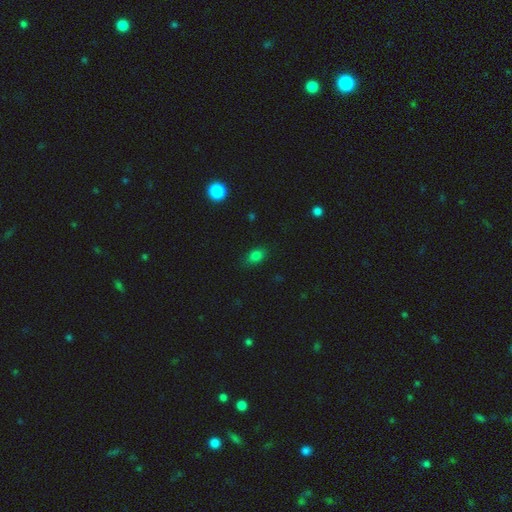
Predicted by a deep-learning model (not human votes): Smooth or featured: smooth — 79% (star or artifact — 14%)
How rounded: in between — 77% (round — 20%)
Merging: none — 82% (minor disturbance — 14%)